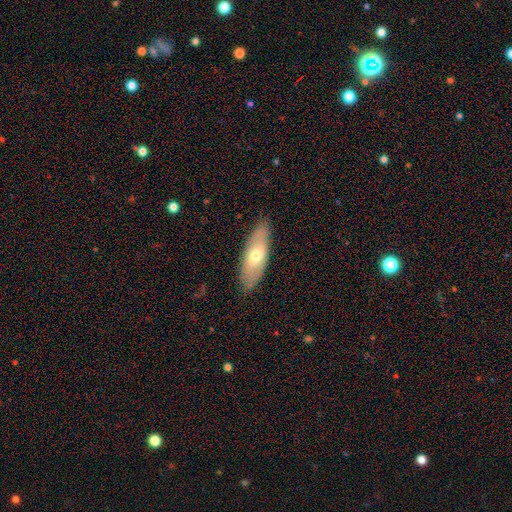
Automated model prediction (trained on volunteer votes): Smooth or featured?
  - smooth: 54% *
  - featured or disk: 40%
  - star or artifact: 6%
How rounded?
  - in between: 65% *
  - cigar-shaped: 32%
  - round: 2%
Merging?
  - none: 87% *
  - minor disturbance: 10%
  - major disturbance: 2%
  - merger: 1%